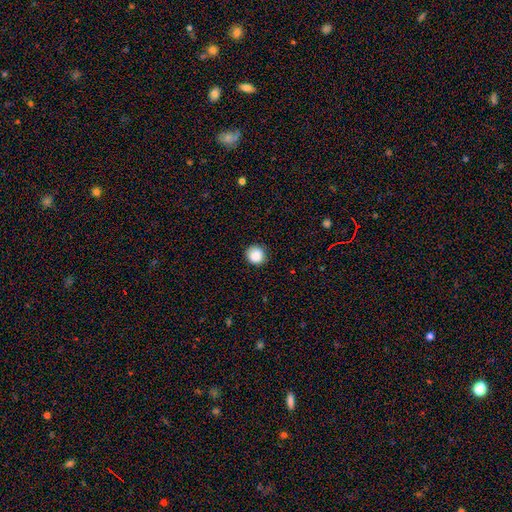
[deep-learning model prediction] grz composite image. It shows a smooth galaxy with no disk features (88%) that is round (90%). Merging: none (87%).